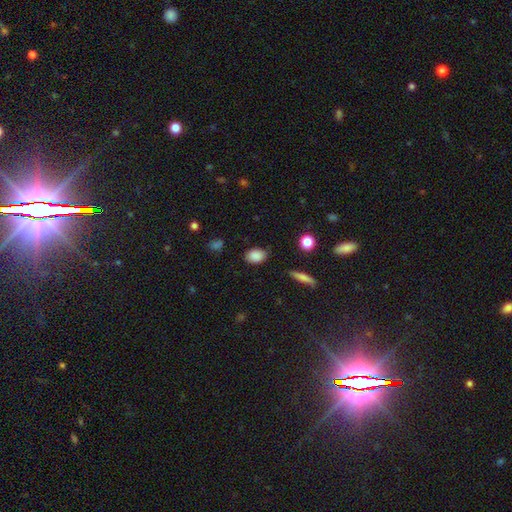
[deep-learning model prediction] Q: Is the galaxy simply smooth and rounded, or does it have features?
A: smooth — 87%.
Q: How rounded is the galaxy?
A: in between — 78%.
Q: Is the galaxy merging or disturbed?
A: none — 83%.